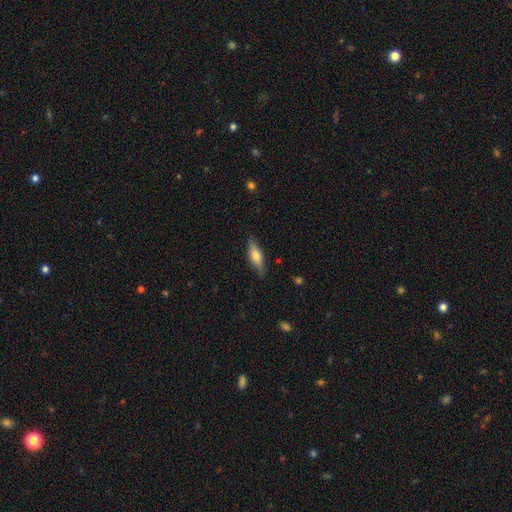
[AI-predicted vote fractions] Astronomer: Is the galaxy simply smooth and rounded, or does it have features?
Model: smooth — 66%.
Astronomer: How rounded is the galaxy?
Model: in between — 53% (runner-up: cigar-shaped, 45%).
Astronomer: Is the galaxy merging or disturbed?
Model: none — 83%.